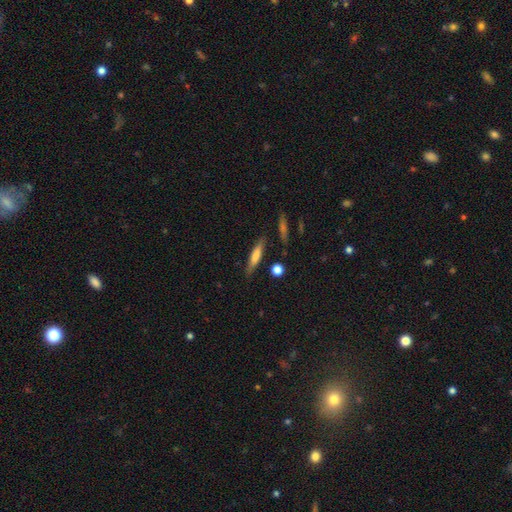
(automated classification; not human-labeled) Smooth or featured: smooth — 67% (featured or disk — 26%)
How rounded: cigar-shaped — 82% (in between — 16%)
Merging: none — 81% (minor disturbance — 12%)